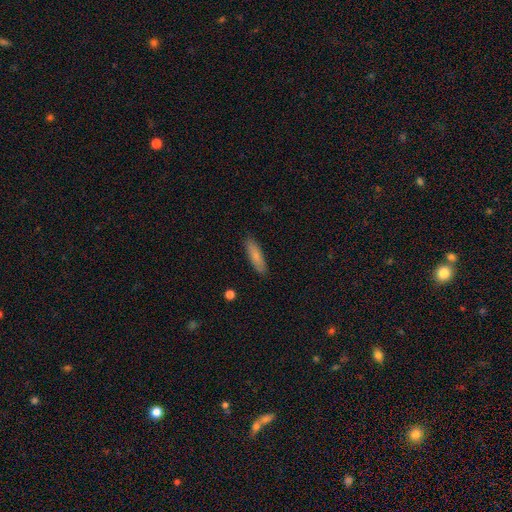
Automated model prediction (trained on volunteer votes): Smooth or featured? Predicted: smooth (p=0.80). How rounded? Predicted: cigar-shaped (p=0.69). Merging? Predicted: none (p=0.89).